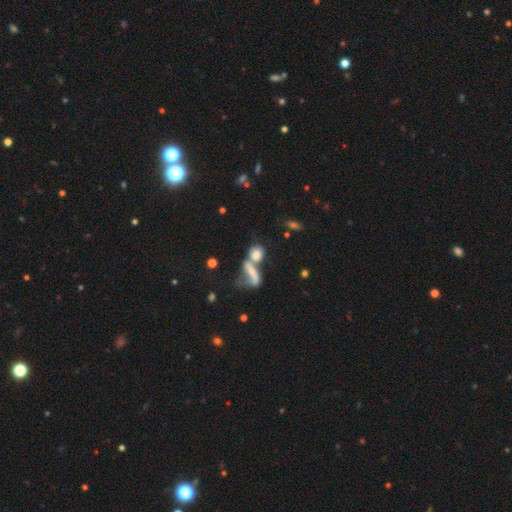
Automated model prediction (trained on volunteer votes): This appears to be a smooth galaxy with no disk features (55%) that is round (47%). Merging: merger (51%).